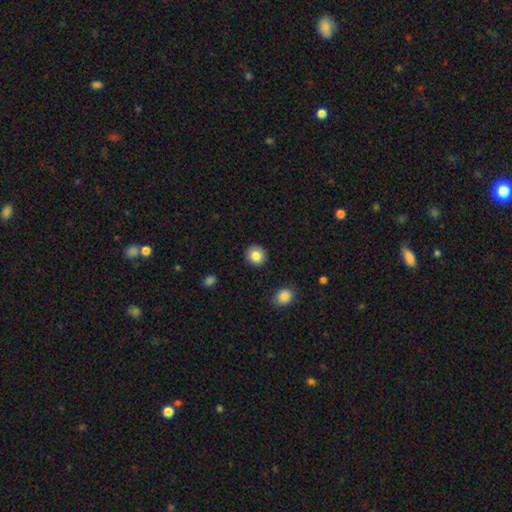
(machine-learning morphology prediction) smooth_or_featured: smooth (p=0.83) [alt: star or artifact p=0.09]
how_rounded: round (p=0.88) [alt: in between p=0.11]
merging: none (p=0.91) [alt: minor disturbance p=0.06]